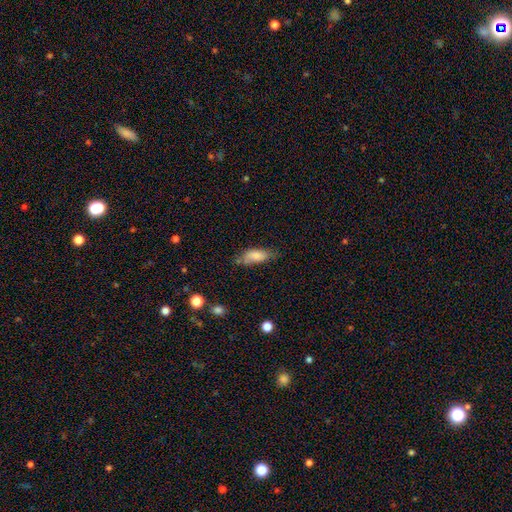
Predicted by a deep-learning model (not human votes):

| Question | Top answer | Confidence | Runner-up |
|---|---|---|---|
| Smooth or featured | smooth | 80% | featured or disk (13%) |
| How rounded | in between | 79% | cigar-shaped (19%) |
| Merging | none | 54% | minor disturbance (33%) |